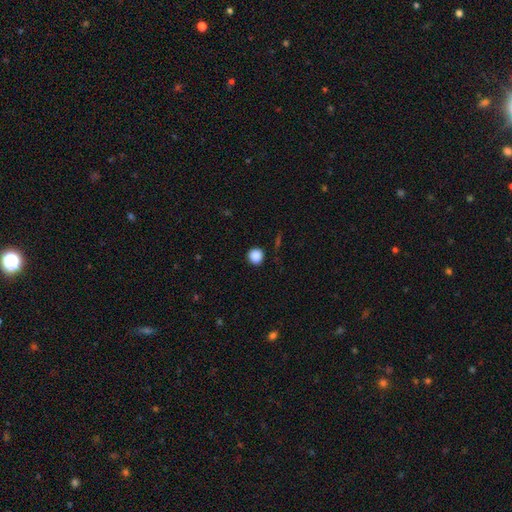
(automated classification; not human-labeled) The model was most divided on "smooth or featured": smooth: 88%, star or artifact: 9%, featured or disk: 3%. More confident: how rounded — round (94%); merging — none (91%).